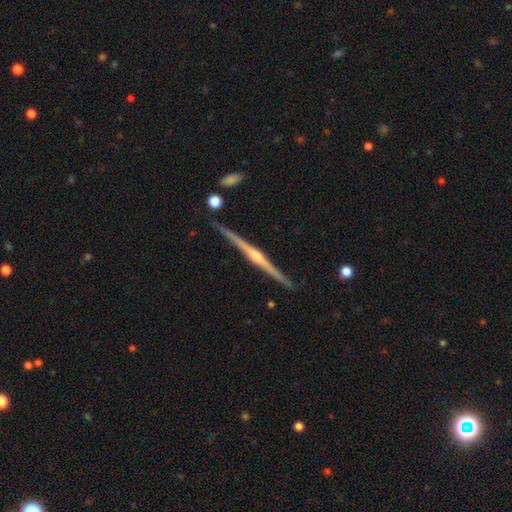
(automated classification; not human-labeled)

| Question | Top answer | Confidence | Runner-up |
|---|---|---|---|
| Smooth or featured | featured or disk | 89% | smooth (6%) |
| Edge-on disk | yes | 99% | no (1%) |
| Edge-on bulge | rounded | 86% | none (8%) |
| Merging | none | 90% | minor disturbance (6%) |